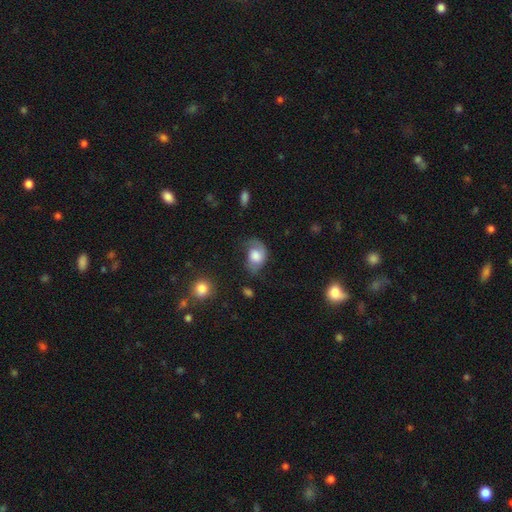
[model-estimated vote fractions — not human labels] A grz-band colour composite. It shows a smooth galaxy with no disk features (47%). Merging: none (40%).